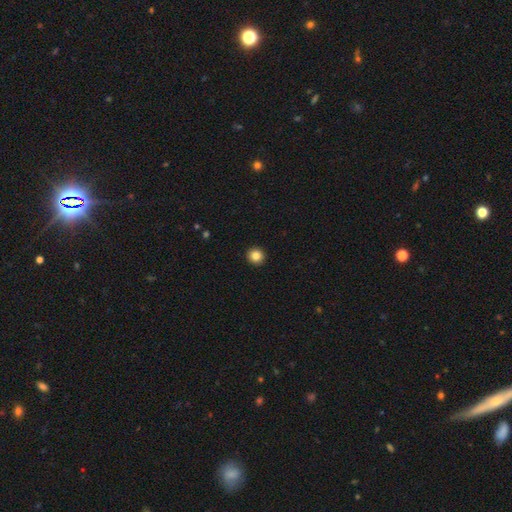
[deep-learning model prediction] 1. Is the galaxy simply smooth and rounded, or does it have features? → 85% smooth, 10% star or artifact, 5% featured or disk.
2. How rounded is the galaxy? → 93% round, 6% in between, 1% cigar-shaped.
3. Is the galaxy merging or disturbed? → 94% none, 4% minor disturbance, 1% major disturbance, 1% merger.